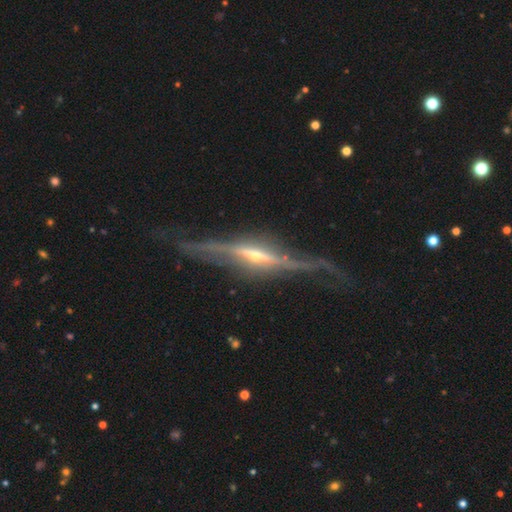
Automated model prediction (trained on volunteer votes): This is clearly a featured or disk galaxy (87%). It is clearly viewed edge-on (88%). Edge-on bulge: likely rounded (75%). Merging: likely none (64%).